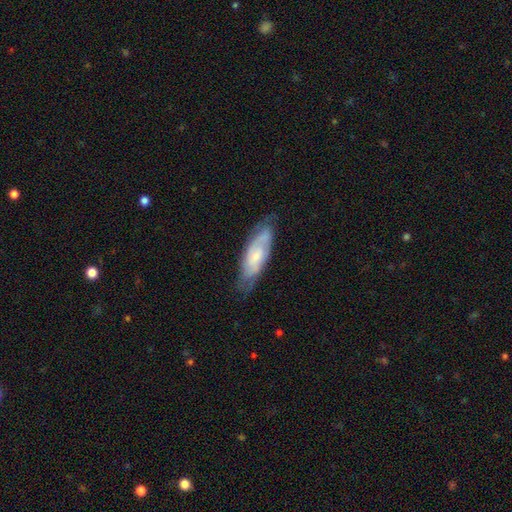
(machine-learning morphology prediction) type=featured or disk (61%); edge-on=no (81%); merging=none (71%).